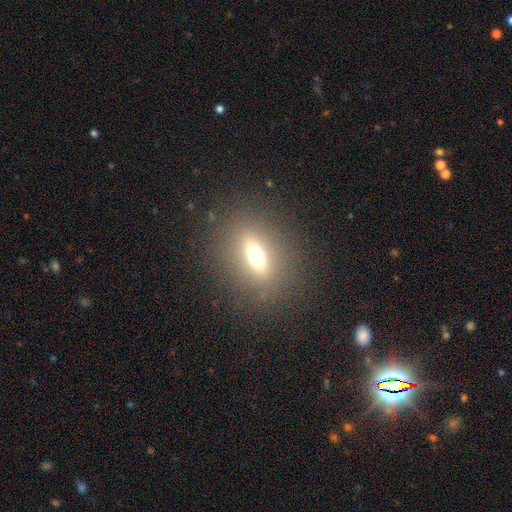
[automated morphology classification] The model was most divided on "smooth or featured": smooth: 56%, featured or disk: 29%, star or artifact: 15%. More confident: merging — none (84%); how rounded — in between (64%).